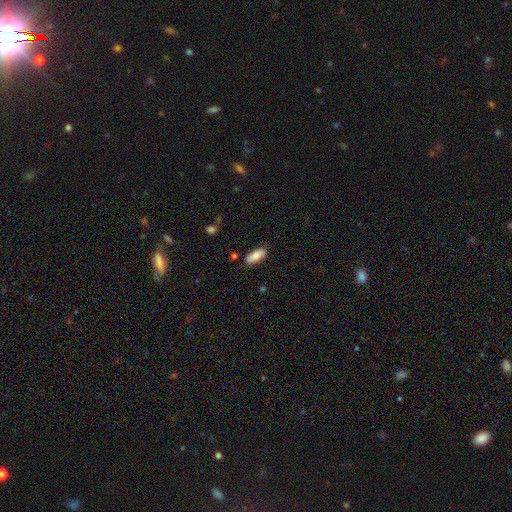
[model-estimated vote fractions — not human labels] A smooth galaxy with no disk features (81%) that is in between round and cigar-shaped (82%).

Vote fractions:
- Smooth or featured? smooth: 81% / featured or disk: 13% / star or artifact: 6%
- How rounded? in between: 82% / cigar-shaped: 16% / round: 2%
- Merging? none: 81% / minor disturbance: 14% / merger: 3% / major disturbance: 3%